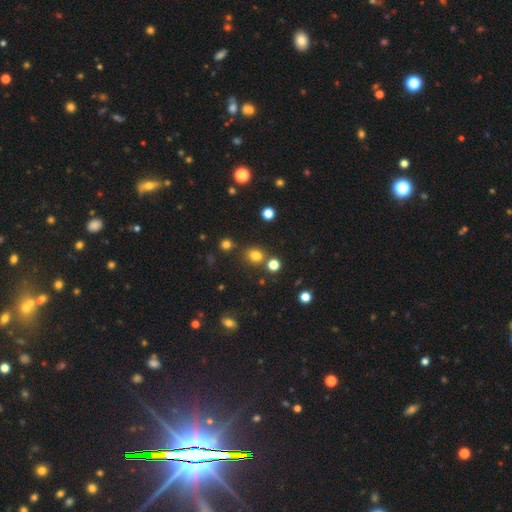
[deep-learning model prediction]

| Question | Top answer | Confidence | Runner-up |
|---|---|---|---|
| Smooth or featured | smooth | 75% | star or artifact (19%) |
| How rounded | round | 70% | in between (29%) |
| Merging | none | 74% | merger (13%) |